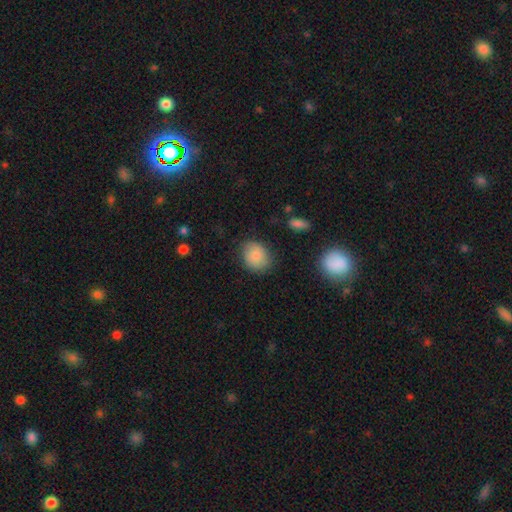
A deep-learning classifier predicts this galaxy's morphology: type=smooth (84%); roundness=round (58%); merging=none (79%).